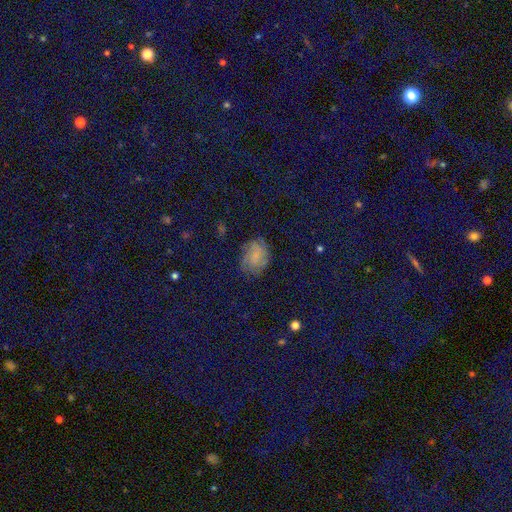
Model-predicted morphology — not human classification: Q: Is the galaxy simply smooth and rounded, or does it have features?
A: smooth — 42%.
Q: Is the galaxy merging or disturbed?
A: none — 69%.